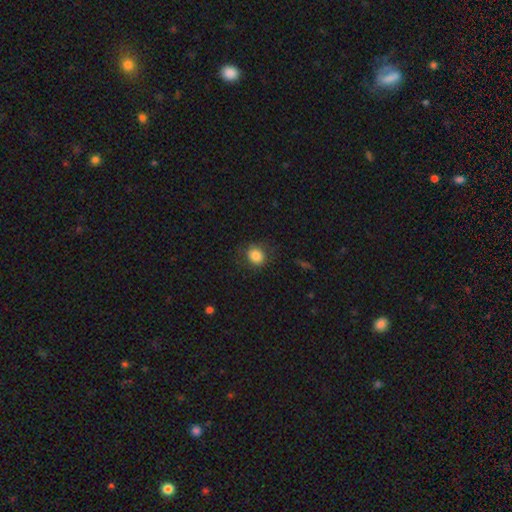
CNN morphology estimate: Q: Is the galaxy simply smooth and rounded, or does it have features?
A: smooth — 84%.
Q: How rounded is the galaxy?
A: round — 70%.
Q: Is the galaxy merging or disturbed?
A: none — 80%.